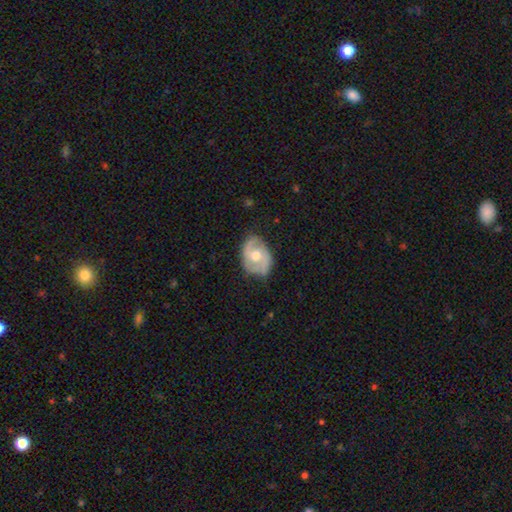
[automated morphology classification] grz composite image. It shows a featured or disk galaxy (67%) with no bar (64%), spiral arms (74%) and a moderate central bulge (77%). Merging: none (70%).